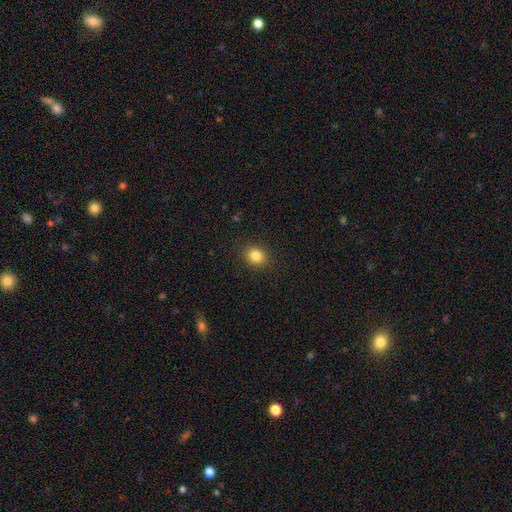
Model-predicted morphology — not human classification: smooth_or_featured: smooth (p=0.83) [alt: star or artifact p=0.11]
how_rounded: round (p=0.70) [alt: in between p=0.29]
merging: none (p=0.89) [alt: minor disturbance p=0.08]